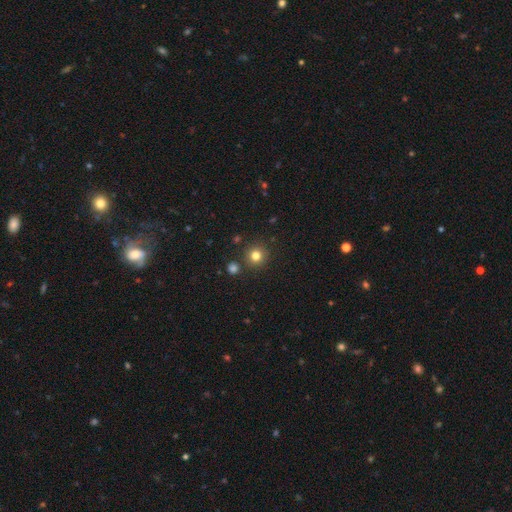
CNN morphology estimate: This appears to be a smooth galaxy with no disk features (79%) that is round (94%). Merging: none (87%).